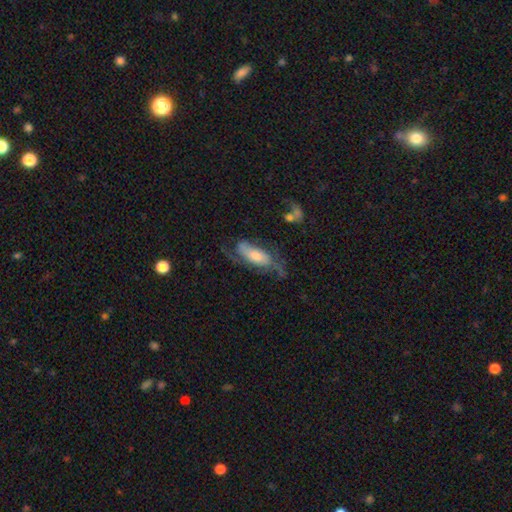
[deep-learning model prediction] Overall: featured or disk (66%; smooth 27%). Edge-on disk: no (84%). Bar: no (58%; weak 28%). Spiral arms: yes (88%). Bulge size: moderate (44%; small 27%). Merging: none (51%; major disturbance 23%).